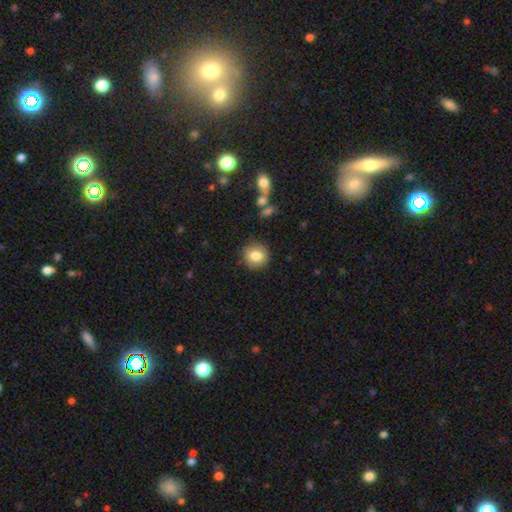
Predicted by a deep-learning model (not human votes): The model was most divided on "how rounded": round: 85%, in between: 14%, cigar-shaped: 1%. More confident: merging — none (87%); smooth or featured — smooth (82%).